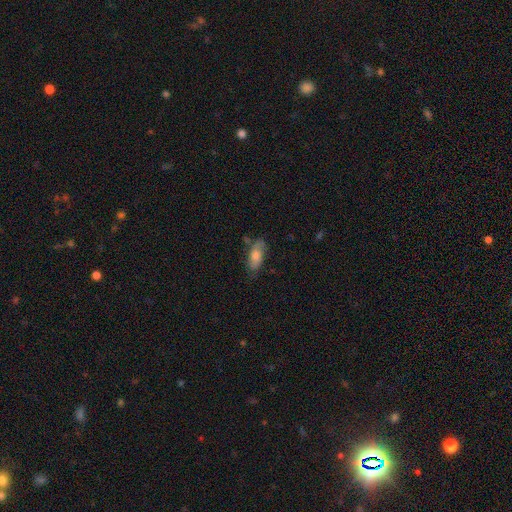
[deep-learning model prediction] A smooth galaxy with no disk features (68%) that is in between round and cigar-shaped (80%). Merging: none (62%).